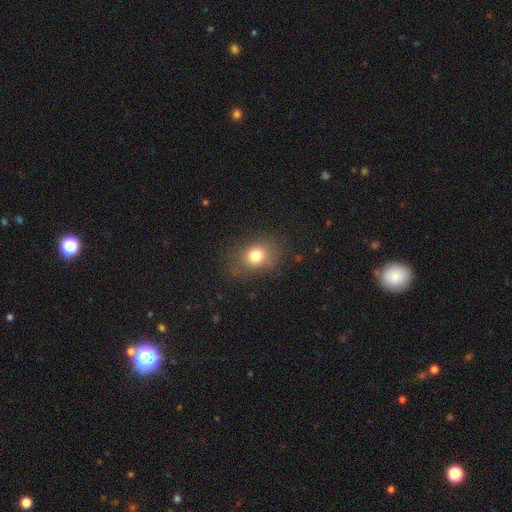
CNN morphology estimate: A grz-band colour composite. It shows a smooth galaxy with no disk features (77%) that is in between round and cigar-shaped (51%). Merging: none (74%).